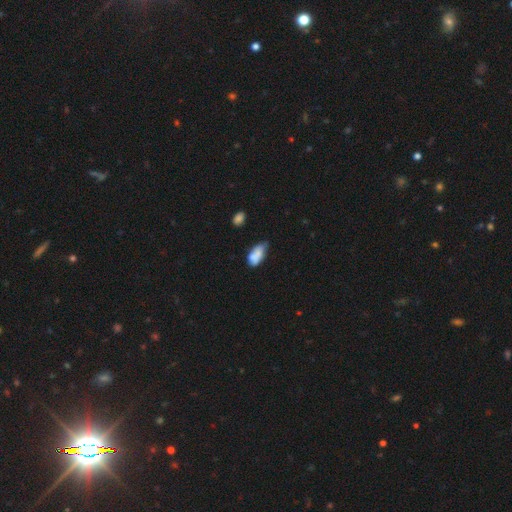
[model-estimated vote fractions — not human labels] Overall: smooth (75%). How rounded: in between (89%). Merging: minor disturbance (39%; none 37%).